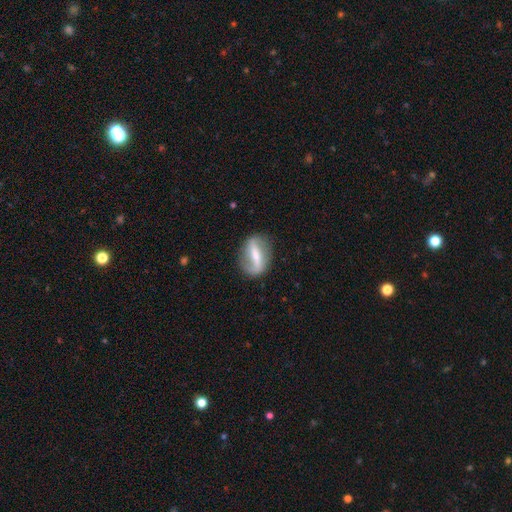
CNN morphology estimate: featured or disk 70%, smooth 24%, star or artifact 6%. Down the decision tree: edge-on disk — no (89%); bar — strong (71%); spiral arms — yes (68%); bulge size — moderate (38%); merging — none (78%).